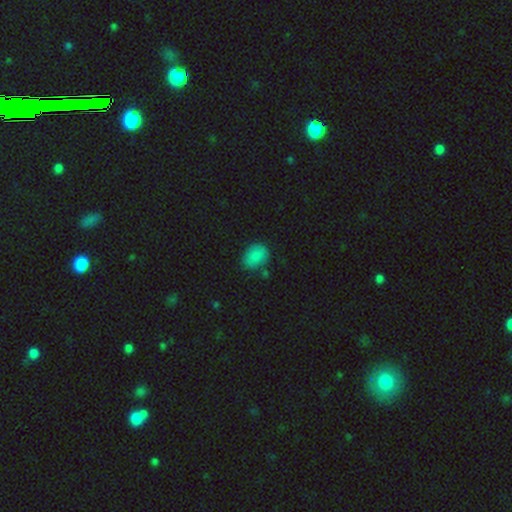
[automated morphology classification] Smooth or featured? Predicted: smooth (p=0.84). How rounded? Predicted: in between (p=0.69). Merging? Predicted: none (p=0.72).